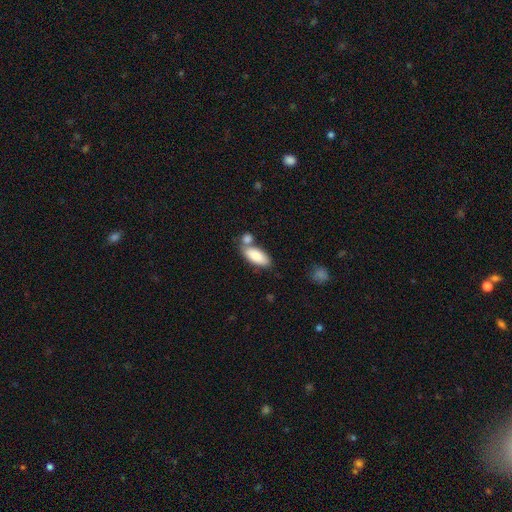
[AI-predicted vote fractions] A smooth galaxy with no disk features (84%) that is in between round and cigar-shaped (85%).

Vote fractions:
- Smooth or featured? smooth: 84% / featured or disk: 10% / star or artifact: 6%
- How rounded? in between: 85% / cigar-shaped: 13% / round: 2%
- Merging? none: 51% / merger: 31% / minor disturbance: 13% / major disturbance: 4%